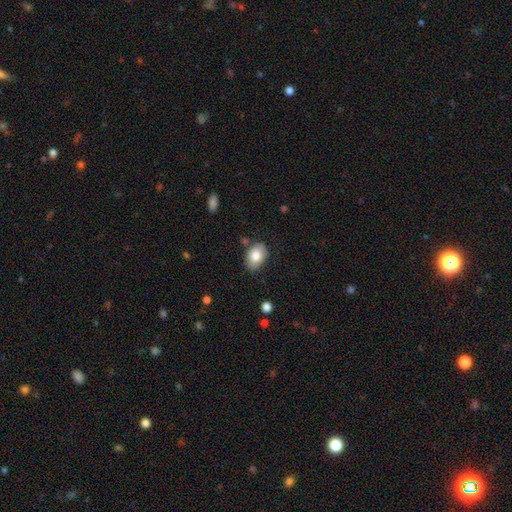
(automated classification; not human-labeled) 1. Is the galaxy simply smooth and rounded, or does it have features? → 82% smooth, 11% featured or disk, 7% star or artifact.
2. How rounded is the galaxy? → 83% in between, 16% round, 1% cigar-shaped.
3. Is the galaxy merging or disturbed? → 78% none, 16% minor disturbance, 3% major disturbance, 3% merger.